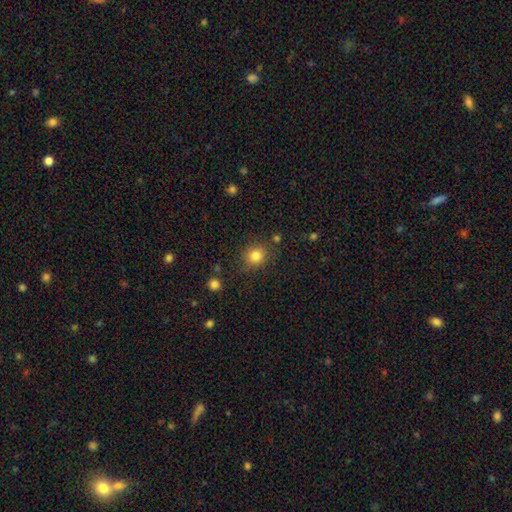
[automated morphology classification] smooth-or-featured: smooth: 83% | star or artifact: 12% | featured or disk: 5%
  how-rounded: round: 82% | in between: 17% | cigar-shaped: 1%
  merging: none: 81% | minor disturbance: 11% | major disturbance: 4% | merger: 4%